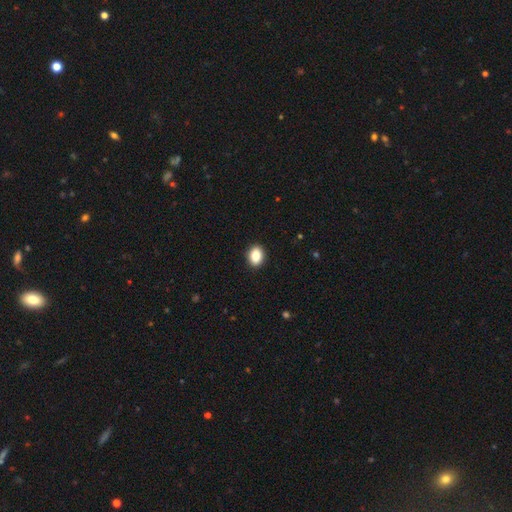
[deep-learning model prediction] A smooth galaxy with no disk features (87%) that is in between round and cigar-shaped (74%).

Vote fractions:
- Smooth or featured? smooth: 87% / star or artifact: 8% / featured or disk: 5%
- How rounded? in between: 74% / round: 24% / cigar-shaped: 1%
- Merging? none: 91% / minor disturbance: 6% / major disturbance: 2% / merger: 1%